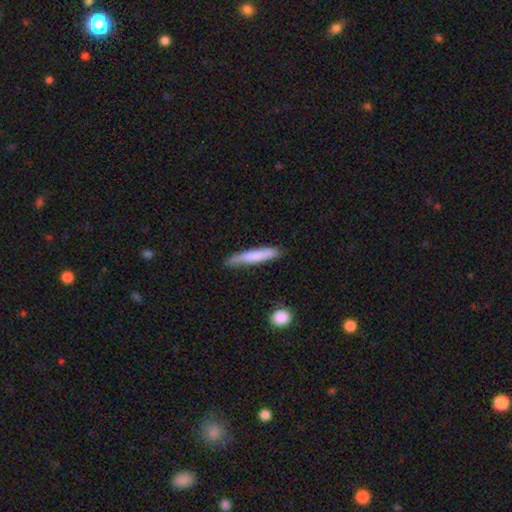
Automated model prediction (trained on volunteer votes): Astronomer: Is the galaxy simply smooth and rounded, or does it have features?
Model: smooth — 74%.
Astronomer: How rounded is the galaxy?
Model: cigar-shaped — 92%.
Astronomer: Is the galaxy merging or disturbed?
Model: none — 76%.